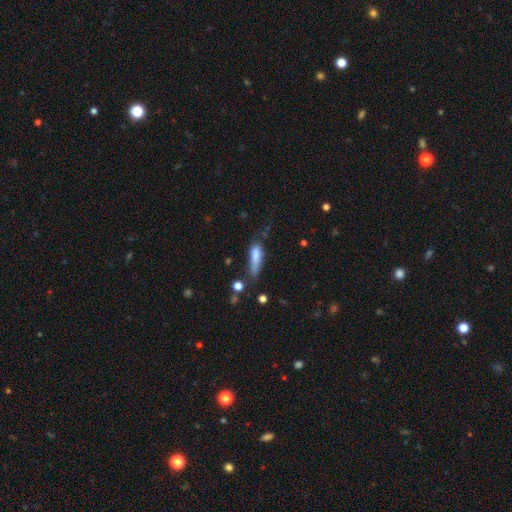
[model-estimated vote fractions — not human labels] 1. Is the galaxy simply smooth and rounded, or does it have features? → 75% smooth, 16% featured or disk, 9% star or artifact.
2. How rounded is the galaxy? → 57% cigar-shaped, 40% in between, 3% round.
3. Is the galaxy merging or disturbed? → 38% none, 32% minor disturbance, 21% major disturbance, 9% merger.